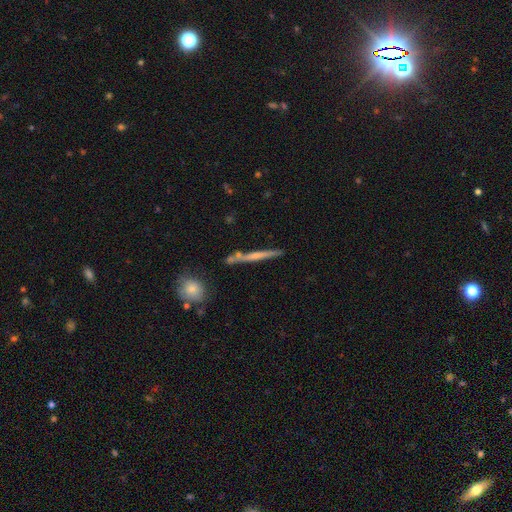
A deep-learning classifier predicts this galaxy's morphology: smooth_or_featured: featured or disk (p=0.56) [alt: smooth p=0.37]
disk_edge_on: yes (p=0.96) [alt: no p=0.04]
edge_on_bulge: none (p=0.57) [alt: rounded p=0.35]
merging: none (p=0.80) [alt: minor disturbance p=0.11]